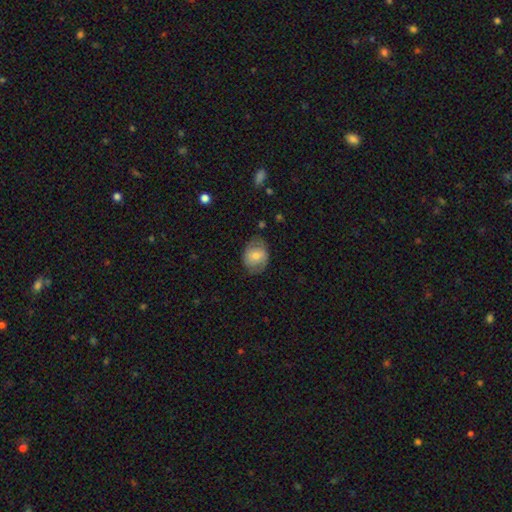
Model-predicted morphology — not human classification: A smooth galaxy with no disk features (60%) that is in between round and cigar-shaped (51%). Merging: none (68%).